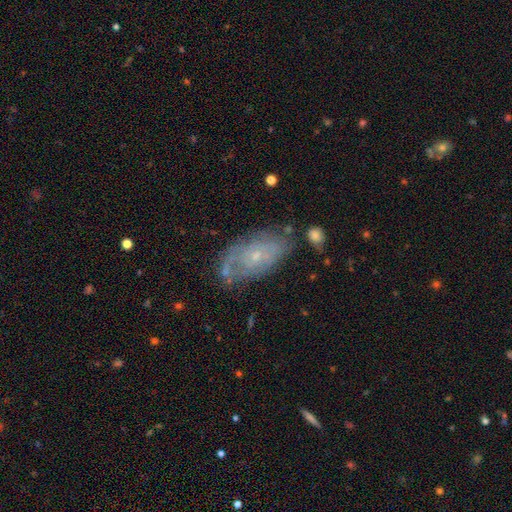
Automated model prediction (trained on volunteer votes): smooth_or_featured: featured or disk (p=0.62) [alt: smooth p=0.29]
disk_edge_on: no (p=0.92) [alt: yes p=0.08]
bar: no (p=0.82) [alt: weak p=0.15]
has_spiral_arms: yes (p=0.65) [alt: no p=0.35]
bulge_size: small (p=0.79) [alt: moderate p=0.16]
merging: none (p=0.56) [alt: minor disturbance p=0.26]